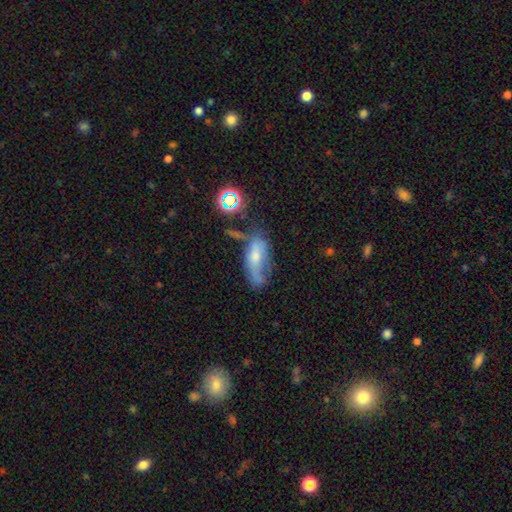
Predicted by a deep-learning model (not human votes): Overall: smooth (43%; featured or disk 42%). Merging: none (34%; minor disturbance 28%).